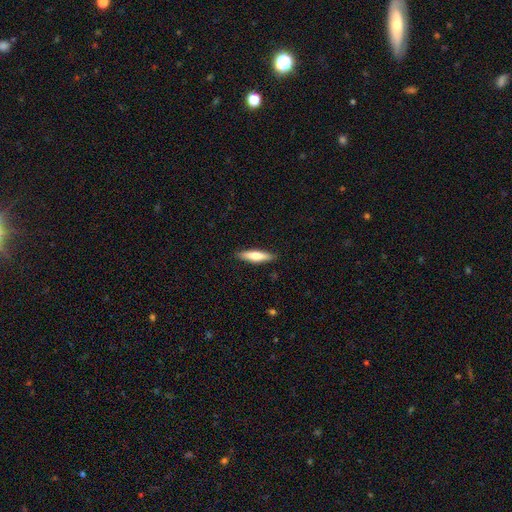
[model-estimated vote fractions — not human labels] Smooth or featured? smooth (65%)
How rounded? cigar-shaped (74%)
Merging? none (89%)